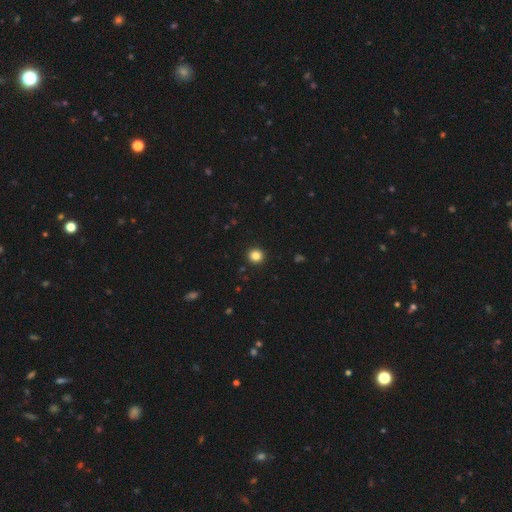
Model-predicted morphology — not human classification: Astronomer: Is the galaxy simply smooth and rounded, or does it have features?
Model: smooth — 84%.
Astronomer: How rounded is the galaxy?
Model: round — 93%.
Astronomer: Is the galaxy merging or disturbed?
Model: none — 93%.